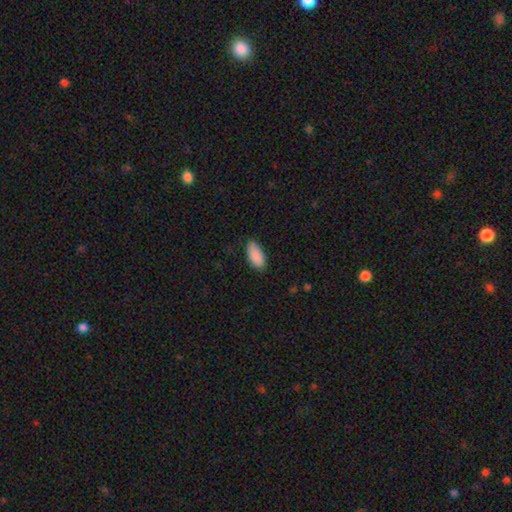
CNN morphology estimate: smooth 90%, star or artifact 6%, featured or disk 4%. Down the decision tree: how rounded — in between (91%); merging — none (80%).